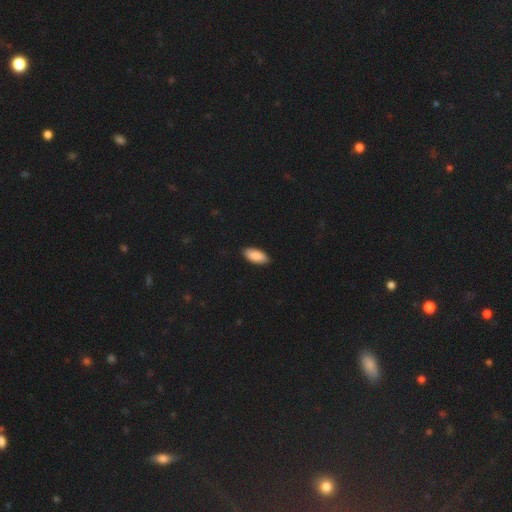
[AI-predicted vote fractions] Morphology: type=smooth (89%); roundness=in between (91%); merging=none (89%).